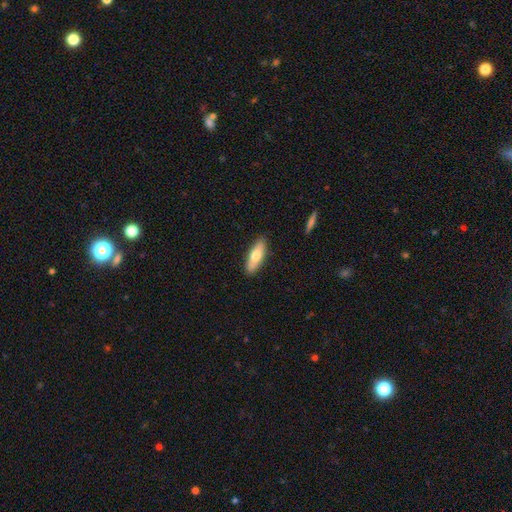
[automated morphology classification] Smooth or featured?
  - smooth: 69% *
  - featured or disk: 25%
  - star or artifact: 6%
How rounded?
  - in between: 61% *
  - cigar-shaped: 37%
  - round: 2%
Merging?
  - none: 88% *
  - minor disturbance: 9%
  - major disturbance: 2%
  - merger: 1%